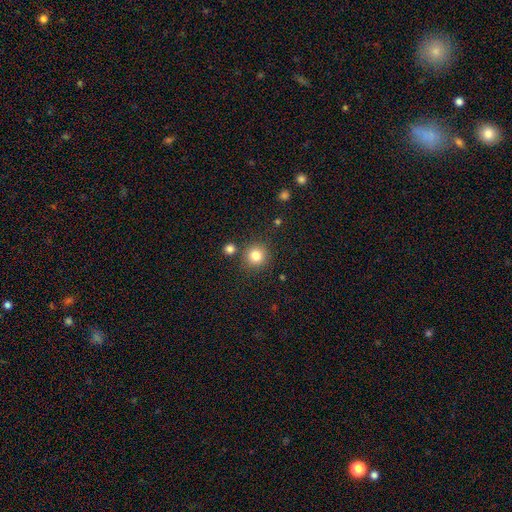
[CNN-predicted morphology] Smooth or featured? Predicted: smooth (p=0.82). How rounded? Predicted: round (p=0.93). Merging? Predicted: none (p=0.84).